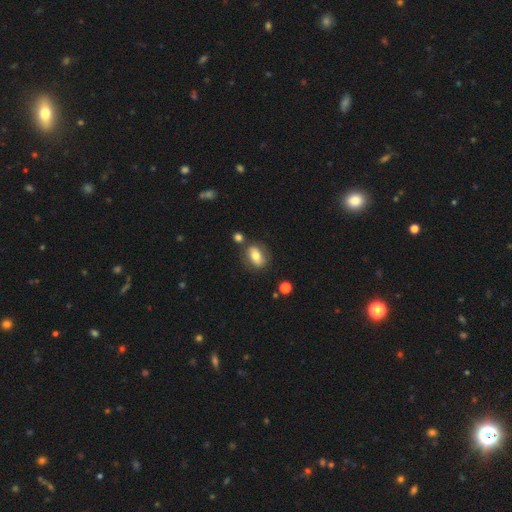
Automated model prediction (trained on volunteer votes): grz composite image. It shows a smooth galaxy with no disk features (63%) that is in between round and cigar-shaped (77%). Merging: none (70%).